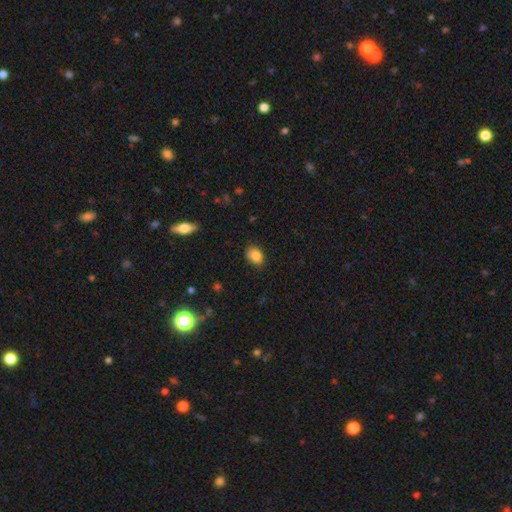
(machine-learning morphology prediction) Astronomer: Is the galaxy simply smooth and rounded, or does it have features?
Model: smooth — 84%.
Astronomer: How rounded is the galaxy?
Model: in between — 73%.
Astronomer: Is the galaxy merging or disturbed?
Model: none — 79%.